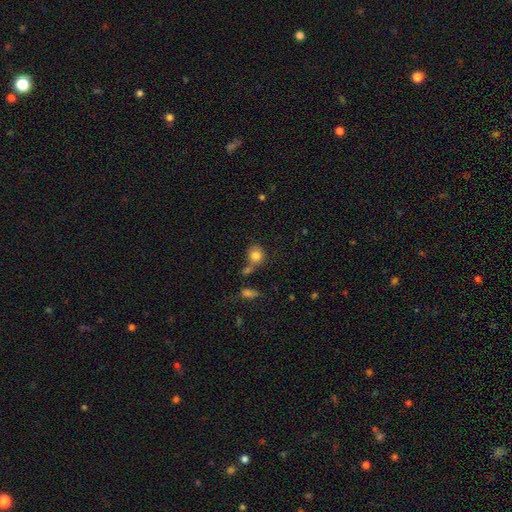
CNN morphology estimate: Smooth or featured: smooth — 81% (featured or disk — 10%)
How rounded: round — 76% (in between — 22%)
Merging: none — 51% (merger — 26%)